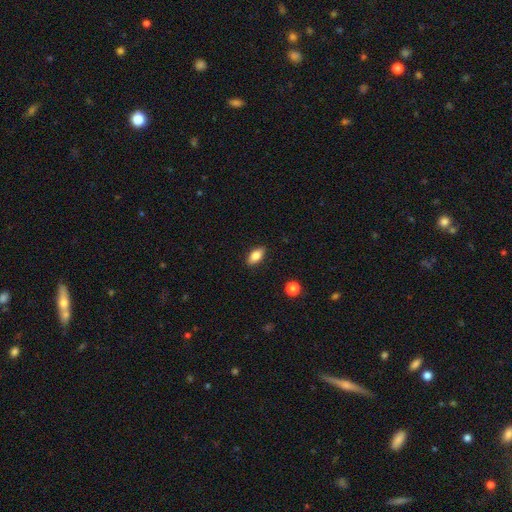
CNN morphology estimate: A smooth galaxy with no disk features (81%) that is in between round and cigar-shaped (89%). Merging: none (88%).